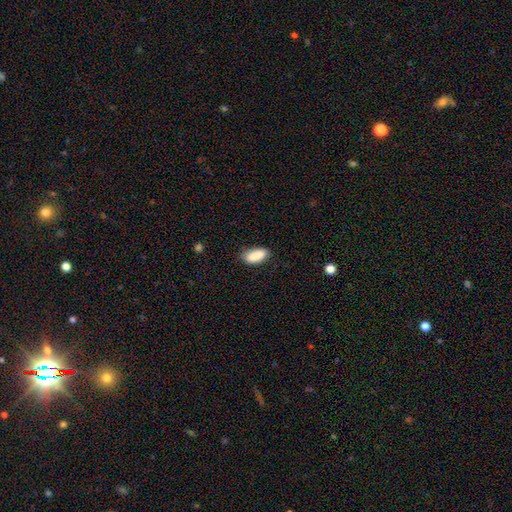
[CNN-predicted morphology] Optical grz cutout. It shows a smooth galaxy with no disk features (88%) that is in between round and cigar-shaped (82%). Merging: none (79%).